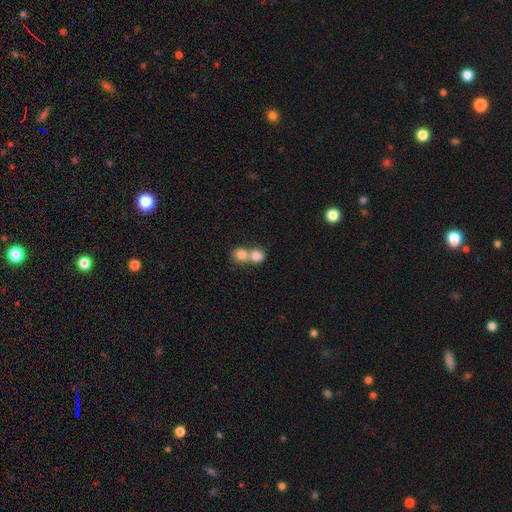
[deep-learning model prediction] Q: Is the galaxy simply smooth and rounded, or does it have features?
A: smooth — 81%.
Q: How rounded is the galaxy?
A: round — 74%.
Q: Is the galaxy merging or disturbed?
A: merger — 69%.